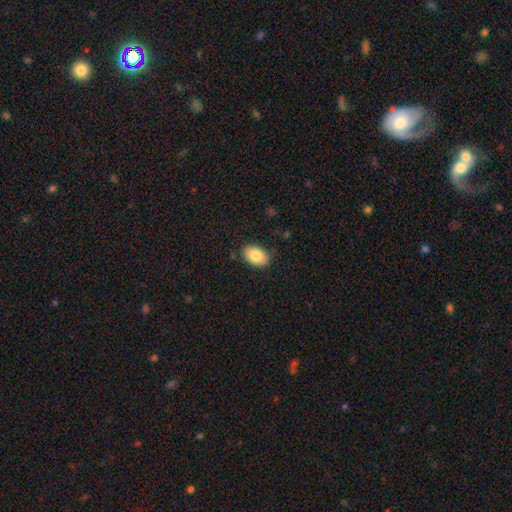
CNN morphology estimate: Smooth or featured?
  - smooth: 84% *
  - featured or disk: 9%
  - star or artifact: 7%
How rounded?
  - in between: 90% *
  - round: 9%
  - cigar-shaped: 1%
Merging?
  - none: 86% *
  - minor disturbance: 11%
  - major disturbance: 2%
  - merger: 1%